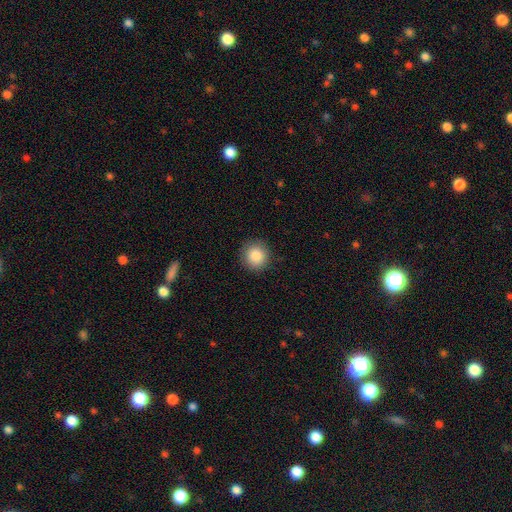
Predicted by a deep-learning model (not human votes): Q: Smooth or featured?
A: smooth (87%); runner-up: star or artifact (9%)
Q: How rounded?
A: round (92%); runner-up: in between (7%)
Q: Merging?
A: none (91%); runner-up: minor disturbance (6%)